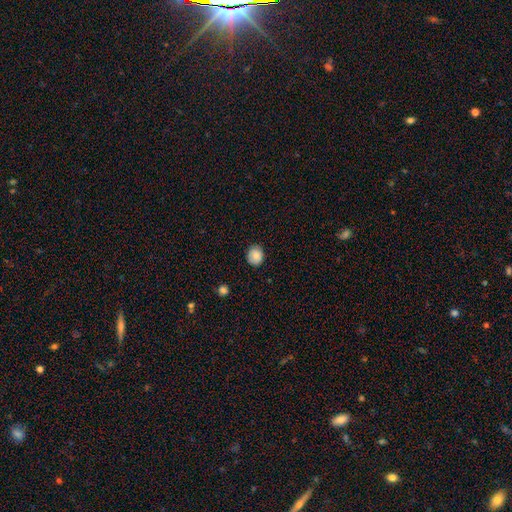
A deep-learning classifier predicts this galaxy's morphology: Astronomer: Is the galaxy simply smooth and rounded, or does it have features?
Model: smooth — 87%.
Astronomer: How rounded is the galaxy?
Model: round — 73%.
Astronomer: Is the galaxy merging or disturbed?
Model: none — 87%.